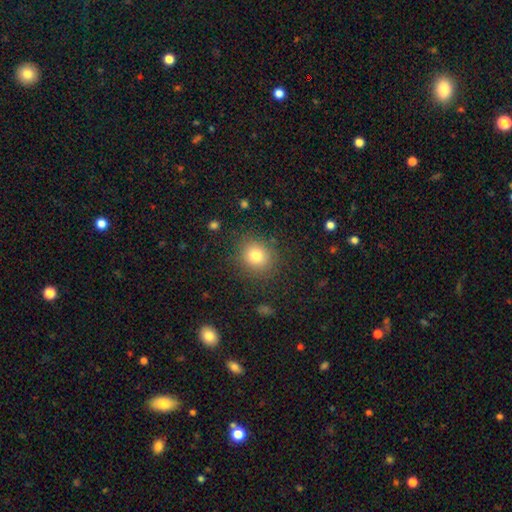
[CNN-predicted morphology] A smooth galaxy with no disk features (80%) that is round (82%).

Vote fractions:
- Smooth or featured? smooth: 80% / star or artifact: 13% / featured or disk: 8%
- How rounded? round: 82% / in between: 17% / cigar-shaped: 1%
- Merging? none: 86% / minor disturbance: 9% / major disturbance: 4% / merger: 1%